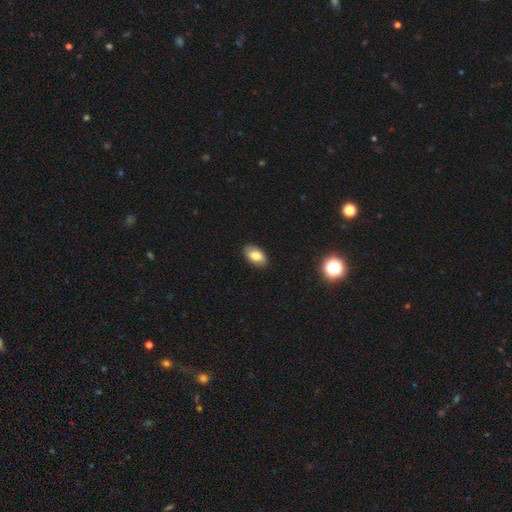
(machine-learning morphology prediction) smooth_or_featured: smooth (p=0.81) [alt: featured or disk p=0.12]
how_rounded: in between (p=0.93) [alt: round p=0.05]
merging: none (p=0.87) [alt: minor disturbance p=0.10]